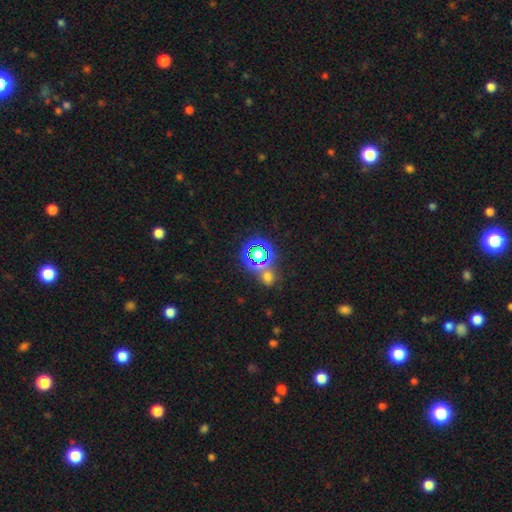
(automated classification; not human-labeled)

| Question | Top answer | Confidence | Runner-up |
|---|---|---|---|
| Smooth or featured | star or artifact | 71% | smooth (21%) |